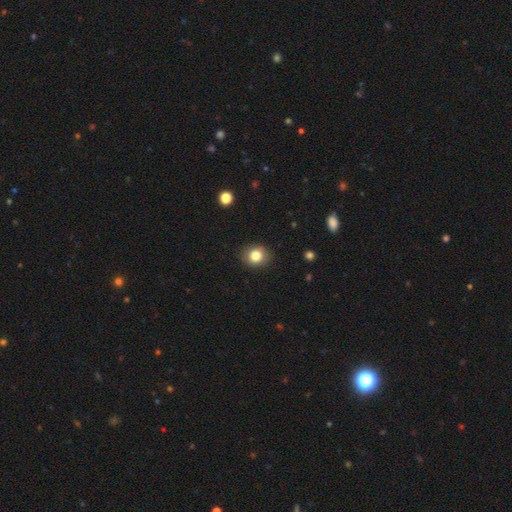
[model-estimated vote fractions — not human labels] smooth_or_featured: smooth (p=0.82) [alt: star or artifact p=0.11]
how_rounded: round (p=0.69) [alt: in between p=0.30]
merging: none (p=0.87) [alt: minor disturbance p=0.10]